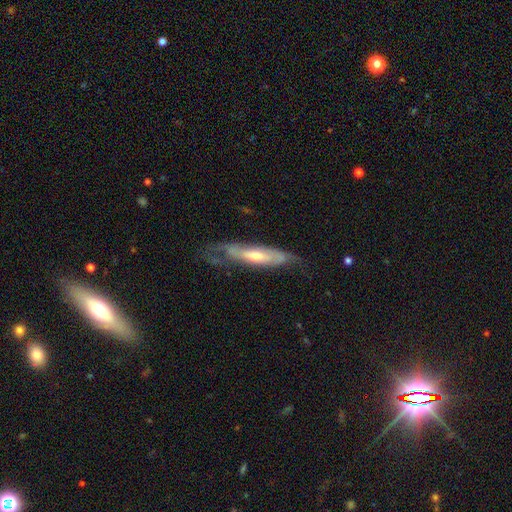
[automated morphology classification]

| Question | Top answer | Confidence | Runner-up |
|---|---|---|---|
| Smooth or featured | featured or disk | 64% | smooth (30%) |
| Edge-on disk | no | 55% | yes (45%) |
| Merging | none | 54% | minor disturbance (27%) |